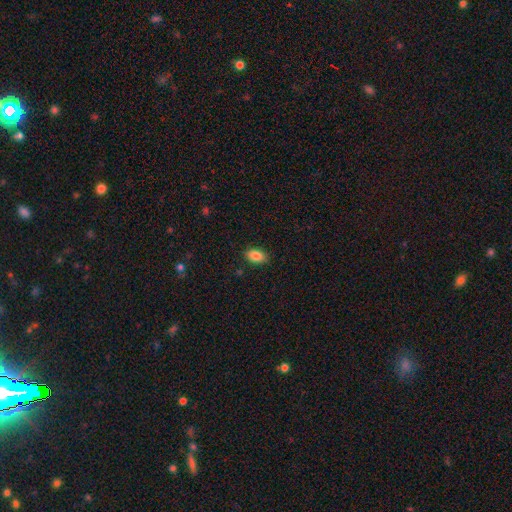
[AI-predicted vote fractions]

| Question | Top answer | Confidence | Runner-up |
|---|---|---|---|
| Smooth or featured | smooth | 86% | star or artifact (8%) |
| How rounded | in between | 88% | round (10%) |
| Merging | none | 86% | minor disturbance (11%) |